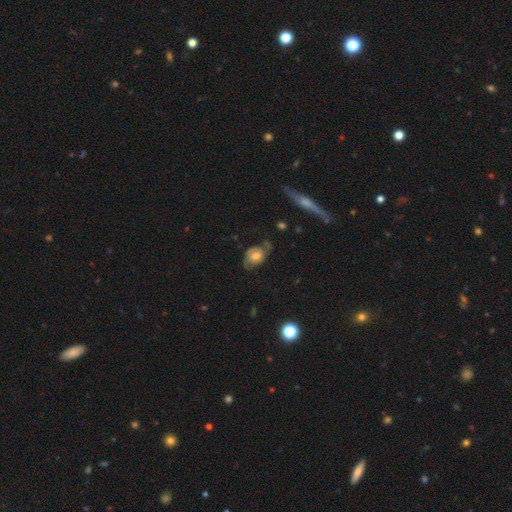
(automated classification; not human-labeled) Smooth or featured? Predicted: featured or disk (p=0.57). Edge-on disk? Predicted: no (p=0.94). Bar? Predicted: no (p=0.69). Spiral arms? Predicted: yes (p=0.81). Bulge size? Predicted: moderate (p=0.51). Merging? Predicted: none (p=0.55).